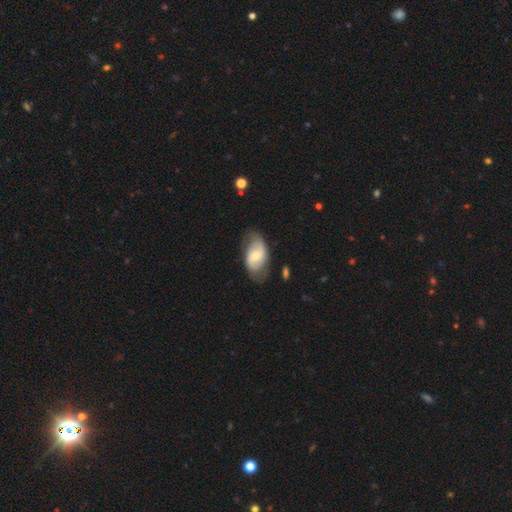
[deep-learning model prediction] featured or disk 56%, smooth 38%, star or artifact 6%. Down the decision tree: edge-on disk — no (95%); bar — weak (45%); spiral arms — yes (77%); bulge size — moderate (53%); merging — none (67%).